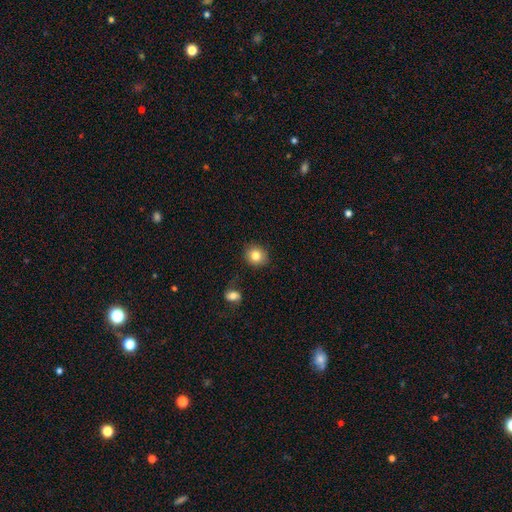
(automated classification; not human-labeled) smooth-or-featured: smooth: 82% | star or artifact: 10% | featured or disk: 8%
  how-rounded: round: 81% | in between: 18% | cigar-shaped: 1%
  merging: none: 86% | minor disturbance: 9% | merger: 3% | major disturbance: 2%